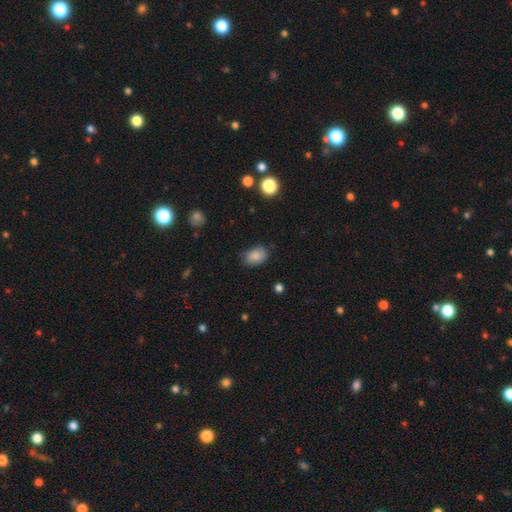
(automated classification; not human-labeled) Morphology: type=smooth (86%); roundness=in between (83%); merging=none (77%).